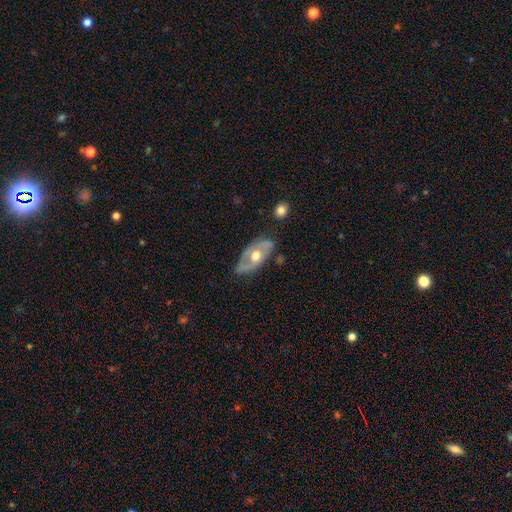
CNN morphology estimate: Smooth or featured? featured or disk (68%)
Edge-on disk? no (84%)
Bar? no (77%)
Spiral arms? no (56%)
Bulge size? moderate (74%)
Merging? none (74%)